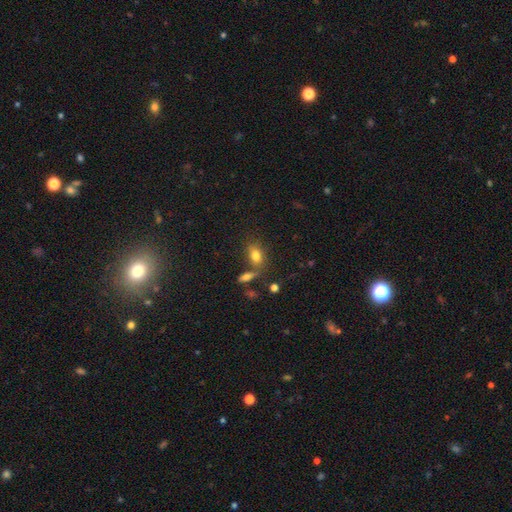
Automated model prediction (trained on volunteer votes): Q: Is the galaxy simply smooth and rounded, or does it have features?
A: smooth — 79%.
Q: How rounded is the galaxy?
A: in between — 81%.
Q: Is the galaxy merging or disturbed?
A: none — 62%.